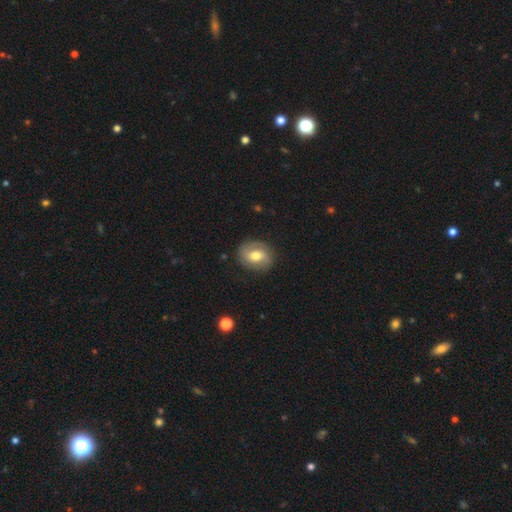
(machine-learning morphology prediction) Smooth or featured? featured or disk (52%)
Edge-on disk? no (96%)
Bar? weak (45%)
Spiral arms? yes (73%)
Bulge size? moderate (72%)
Merging? none (80%)